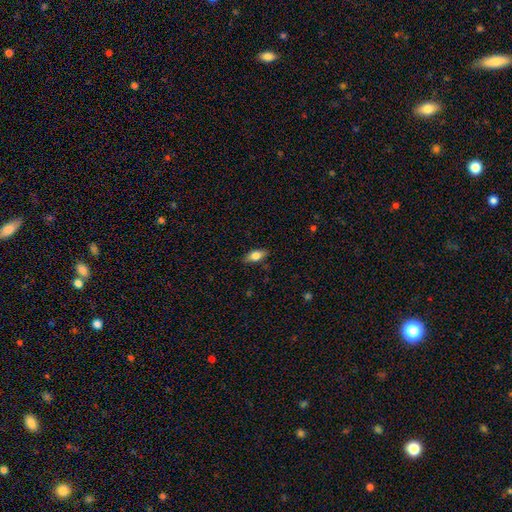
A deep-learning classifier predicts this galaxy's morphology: The model was most divided on "smooth or featured": smooth: 72%, featured or disk: 21%, star or artifact: 8%. More confident: merging — none (84%); how rounded — in between (82%).